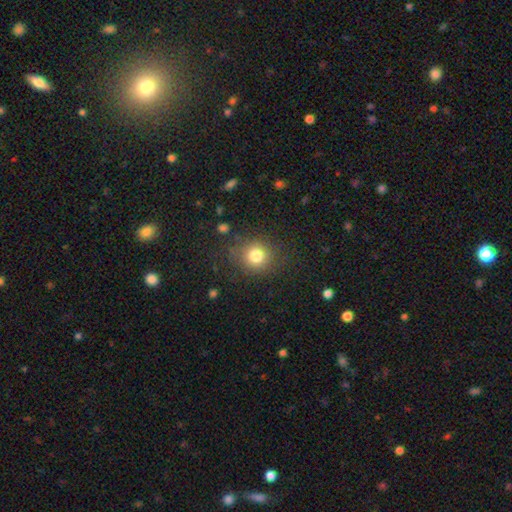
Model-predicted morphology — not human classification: smooth-or-featured: smooth: 81% | star or artifact: 12% | featured or disk: 7%
  how-rounded: round: 85% | in between: 14% | cigar-shaped: 1%
  merging: none: 81% | minor disturbance: 11% | major disturbance: 5% | merger: 2%